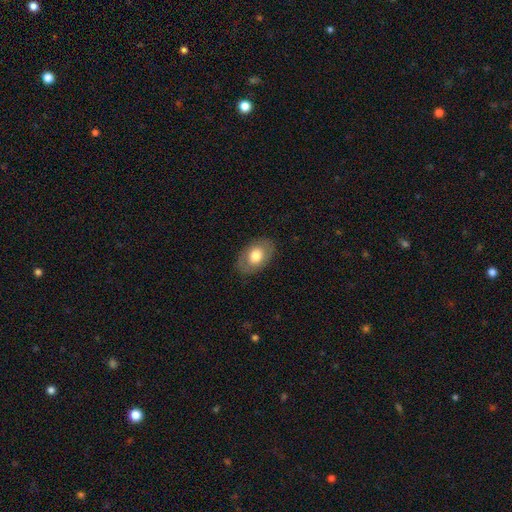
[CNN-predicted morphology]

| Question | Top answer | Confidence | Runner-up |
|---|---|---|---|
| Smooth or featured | smooth | 68% | featured or disk (25%) |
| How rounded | in between | 84% | round (15%) |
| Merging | none | 84% | minor disturbance (11%) |